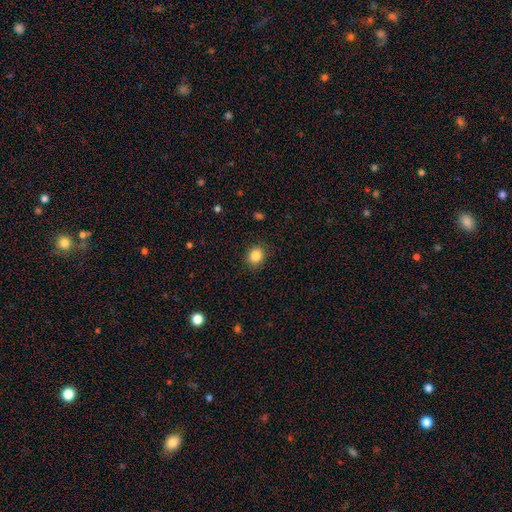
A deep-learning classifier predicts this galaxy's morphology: Overall: smooth (85%). How rounded: round (74%). Merging: none (87%).